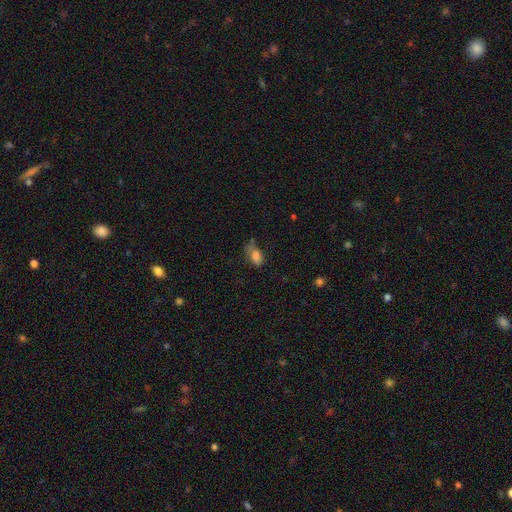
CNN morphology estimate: smooth_or_featured: smooth (p=0.79) [alt: star or artifact p=0.11]
how_rounded: in between (p=0.88) [alt: round p=0.09]
merging: none (p=0.39) [alt: minor disturbance p=0.35]